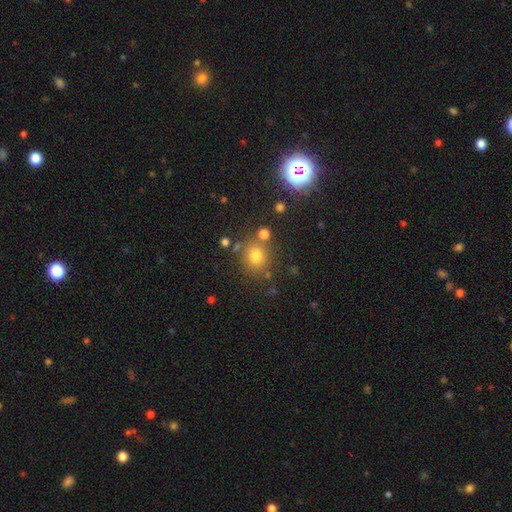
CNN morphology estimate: Overall: smooth (70%). How rounded: round (83%). Merging: none (77%).